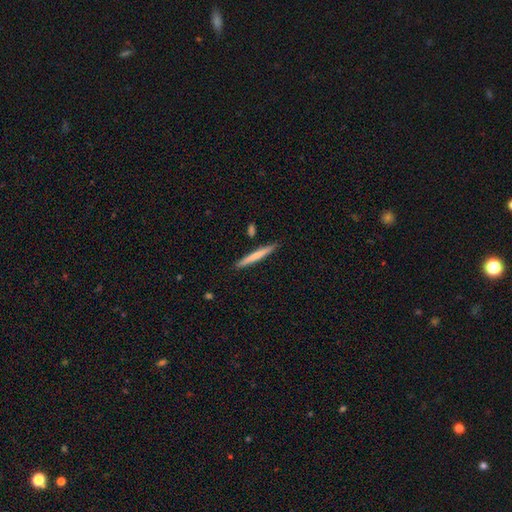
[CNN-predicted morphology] This appears to be a smooth galaxy with no disk features (67%) that is cigar-shaped (96%). Merging: none (88%).